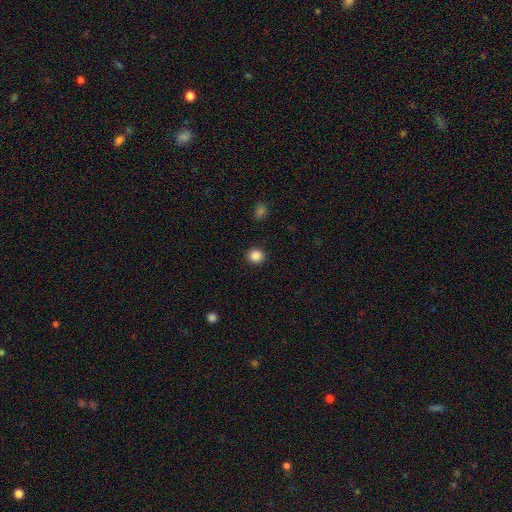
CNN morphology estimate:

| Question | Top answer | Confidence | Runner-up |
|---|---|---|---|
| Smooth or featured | smooth | 86% | star or artifact (10%) |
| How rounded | round | 86% | in between (13%) |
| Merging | none | 91% | minor disturbance (5%) |